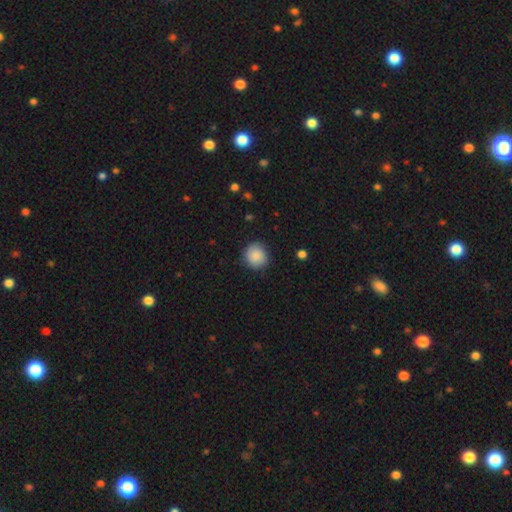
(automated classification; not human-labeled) Overall: smooth (88%). How rounded: round (89%). Merging: none (86%).